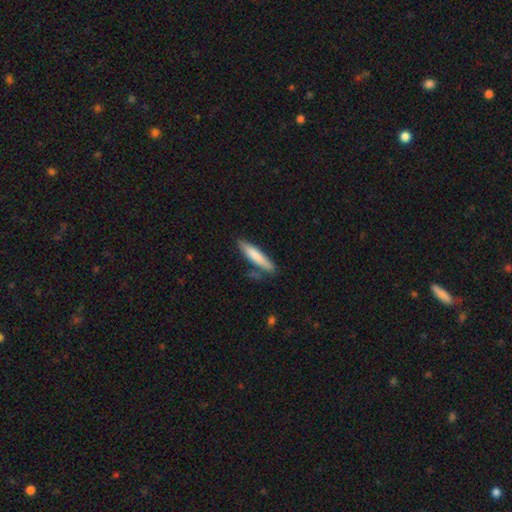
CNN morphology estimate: A smooth galaxy with no disk features (76%) that is cigar-shaped (86%). Merging: none (78%).